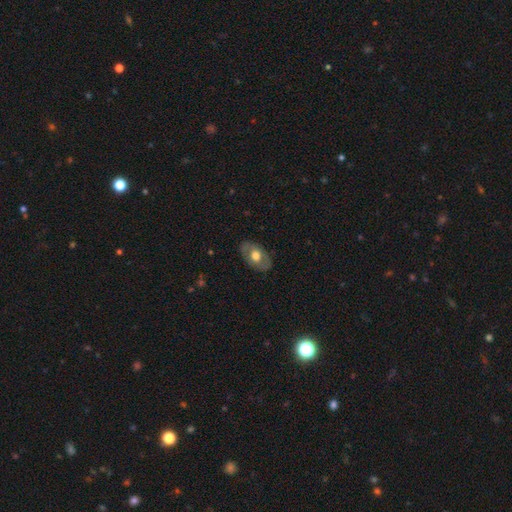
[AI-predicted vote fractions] Overall: smooth (53%; featured or disk 41%). How rounded: in between (86%). Merging: none (82%).